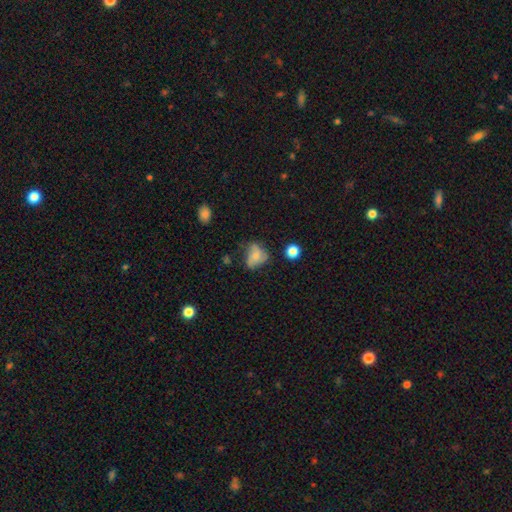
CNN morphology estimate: type=featured or disk (48%); merging=none (49%).